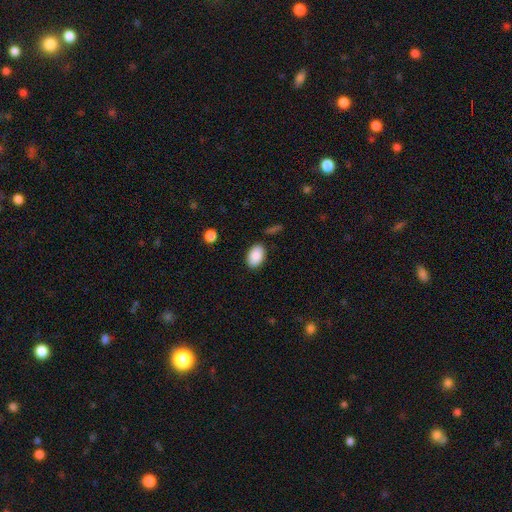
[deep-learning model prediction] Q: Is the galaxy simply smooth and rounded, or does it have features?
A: smooth — 88%.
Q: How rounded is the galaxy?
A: in between — 89%.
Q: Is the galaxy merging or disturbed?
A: none — 85%.